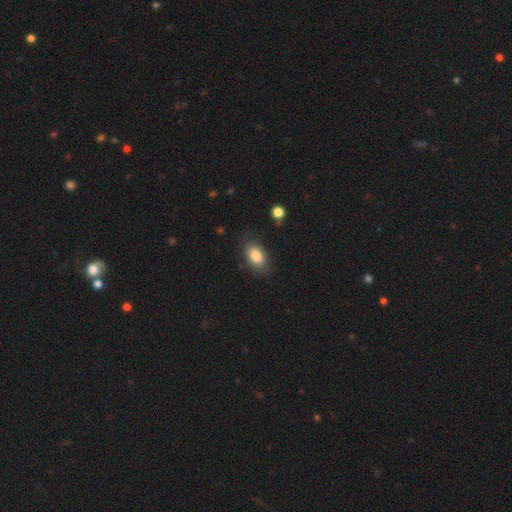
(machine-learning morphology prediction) This is clearly a smooth galaxy (84%). How rounded: clearly in between (88%). Merging: clearly none (80%).